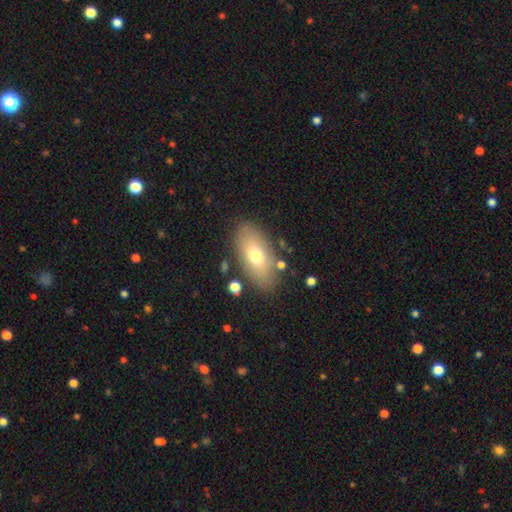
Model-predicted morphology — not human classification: Smooth or featured: smooth — 69% (featured or disk — 23%)
How rounded: in between — 90% (cigar-shaped — 6%)
Merging: none — 82% (minor disturbance — 11%)